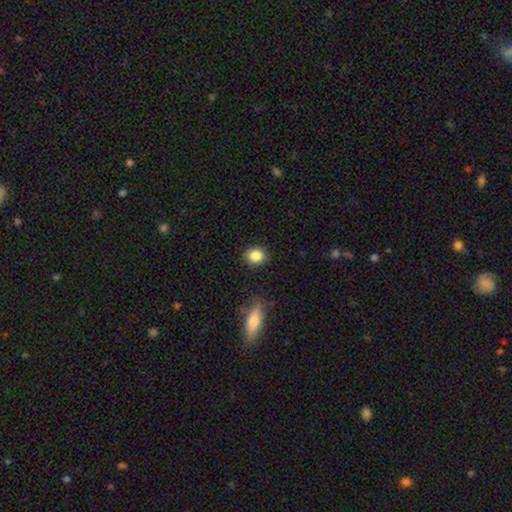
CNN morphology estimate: smooth-or-featured: smooth: 85% | star or artifact: 9% | featured or disk: 5%
  how-rounded: round: 72% | in between: 27% | cigar-shaped: 1%
  merging: none: 88% | minor disturbance: 8% | major disturbance: 2% | merger: 2%